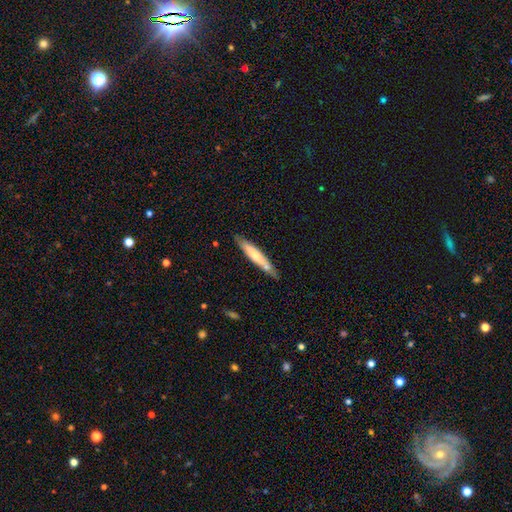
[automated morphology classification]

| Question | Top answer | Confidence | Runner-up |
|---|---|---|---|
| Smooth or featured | smooth | 58% | featured or disk (36%) |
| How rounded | cigar-shaped | 90% | in between (8%) |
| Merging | none | 75% | minor disturbance (17%) |